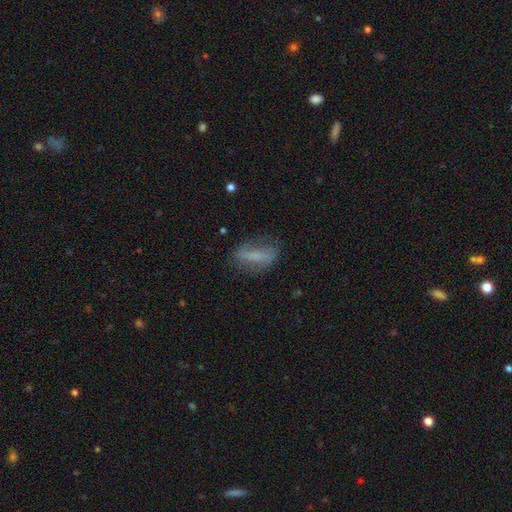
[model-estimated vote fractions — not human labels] This appears to be a smooth galaxy with no disk features (53%) that is in between round and cigar-shaped (60%). Merging: none (62%).